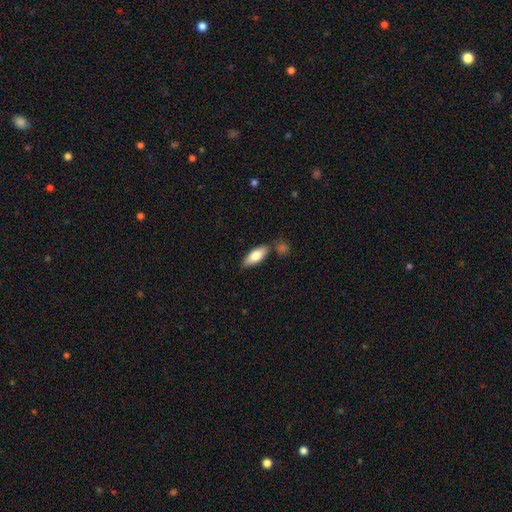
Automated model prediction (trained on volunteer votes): Smooth or featured?
  - smooth: 75% *
  - featured or disk: 19%
  - star or artifact: 6%
How rounded?
  - in between: 73% *
  - cigar-shaped: 25%
  - round: 2%
Merging?
  - none: 76% *
  - minor disturbance: 13%
  - merger: 8%
  - major disturbance: 3%